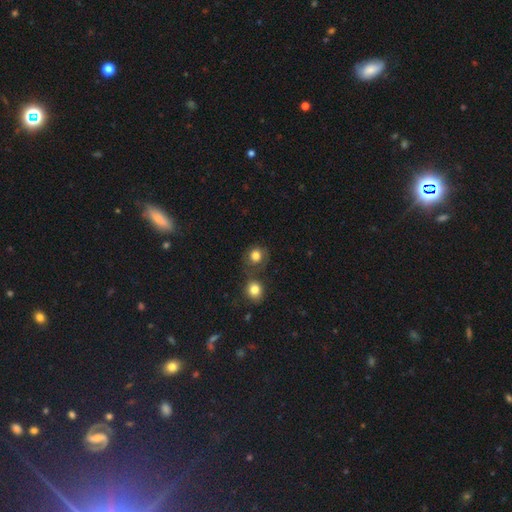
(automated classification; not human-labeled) Overall: smooth (72%). How rounded: round (77%). Merging: none (53%; merger 22%).